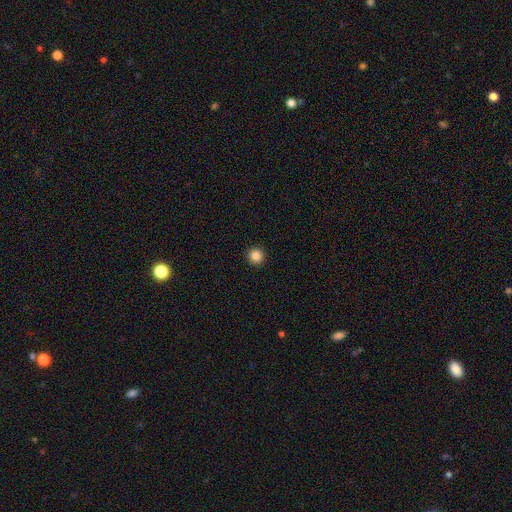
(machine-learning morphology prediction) Overall: smooth (86%). How rounded: round (96%). Merging: none (93%).